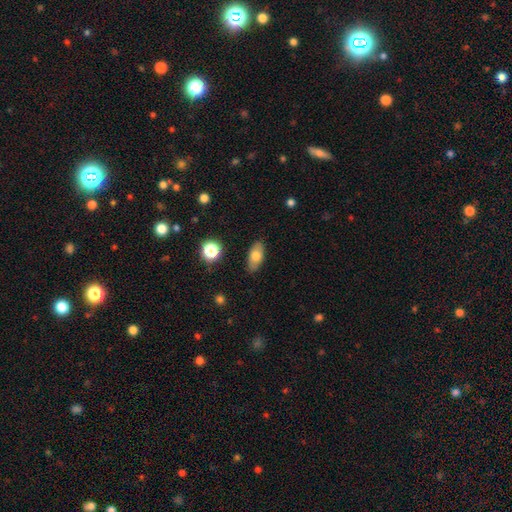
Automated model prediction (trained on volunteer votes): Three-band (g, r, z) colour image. It shows a smooth galaxy with no disk features (74%) that is in between round and cigar-shaped (87%). Merging: none (86%).